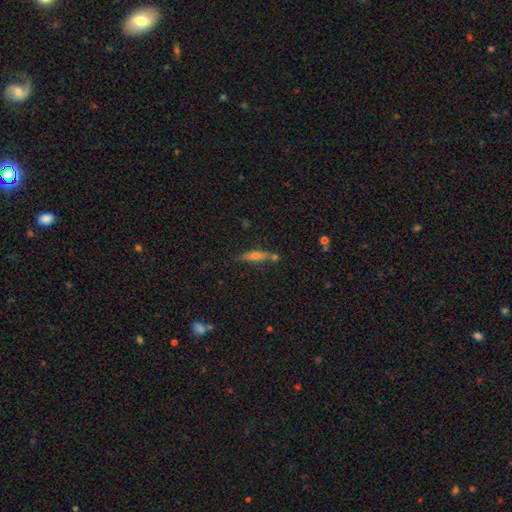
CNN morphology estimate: The model was most divided on "smooth or featured": featured or disk: 49%, smooth: 40%, star or artifact: 11%. More confident: merging — none (75%).